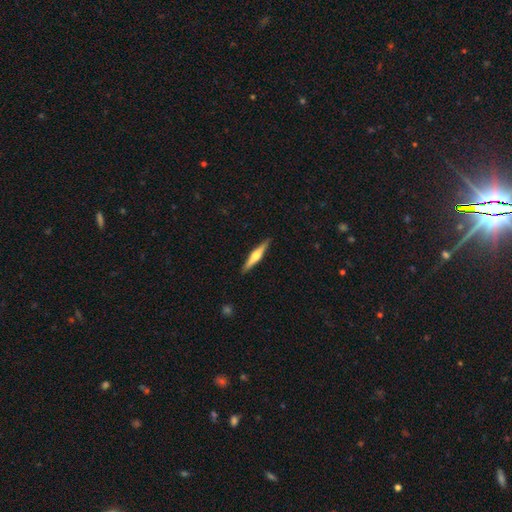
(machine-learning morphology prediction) This is likely a featured or disk galaxy (68%). It is clearly viewed edge-on (98%). Edge-on bulge: clearly rounded (92%). Merging: clearly none (91%).